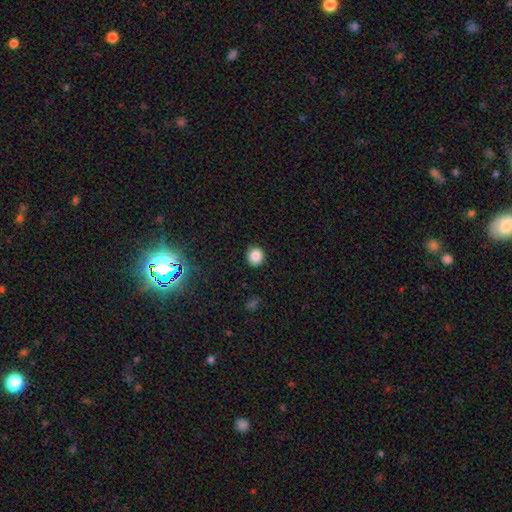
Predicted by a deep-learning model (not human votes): A smooth galaxy with no disk features (86%) that is round (88%). Merging: none (91%).